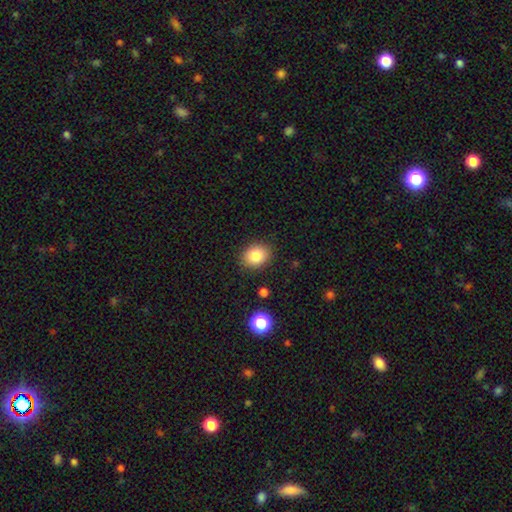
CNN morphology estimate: The model was most divided on "how rounded": round: 56%, in between: 43%, cigar-shaped: 1%. More confident: merging — none (88%); smooth or featured — smooth (82%).